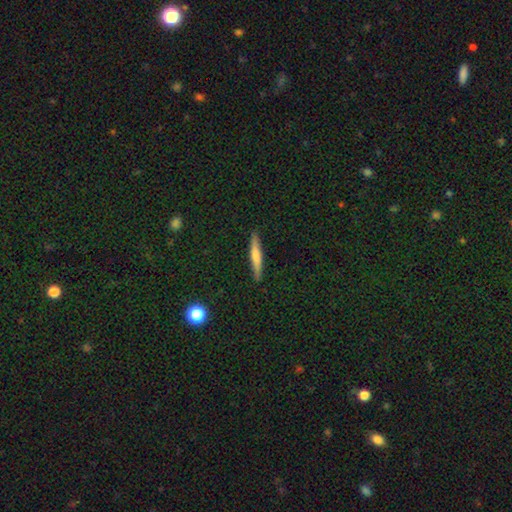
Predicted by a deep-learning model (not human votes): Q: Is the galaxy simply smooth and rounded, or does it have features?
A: smooth — 61%.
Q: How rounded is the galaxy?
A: cigar-shaped — 93%.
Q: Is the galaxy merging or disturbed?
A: none — 89%.